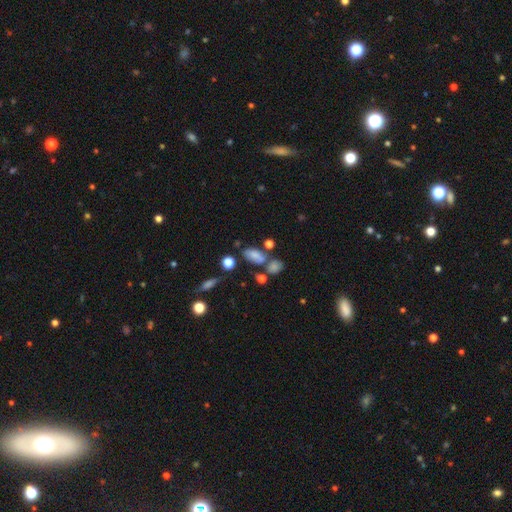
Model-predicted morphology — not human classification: The model was most divided on "merging": none: 54%, merger: 20%, minor disturbance: 18%, major disturbance: 7%. More confident: how rounded — in between (87%); smooth or featured — smooth (75%).